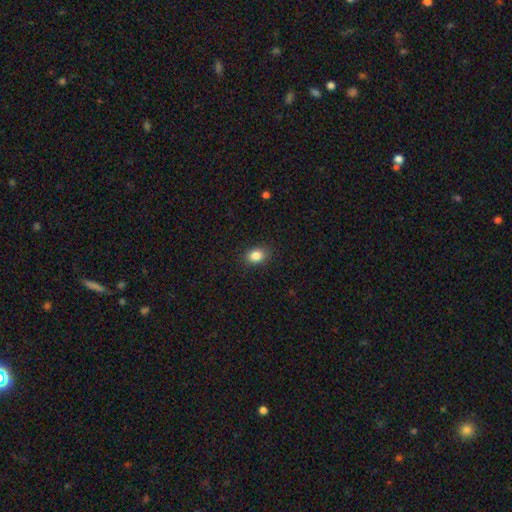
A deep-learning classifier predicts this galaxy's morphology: This appears to be a smooth galaxy with no disk features (86%) that is in between round and cigar-shaped (63%). Merging: none (88%).